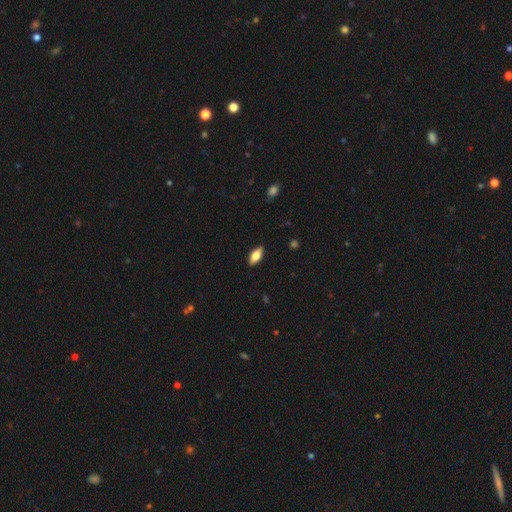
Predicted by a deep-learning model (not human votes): Smooth or featured? smooth (72%)
How rounded? in between (85%)
Merging? none (88%)